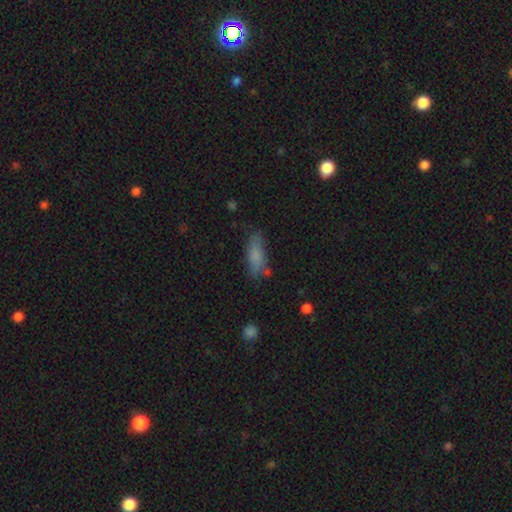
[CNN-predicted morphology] smooth 76%, featured or disk 15%, star or artifact 9%. Down the decision tree: how rounded — in between (61%); merging — none (64%).